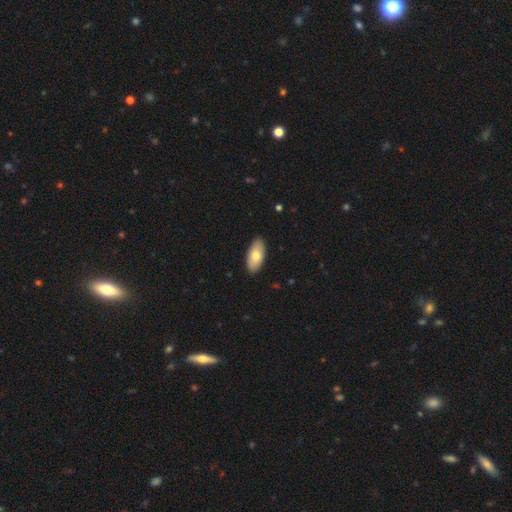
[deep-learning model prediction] This appears to be a smooth galaxy with no disk features (75%) that is in between round and cigar-shaped (92%). Merging: none (89%).